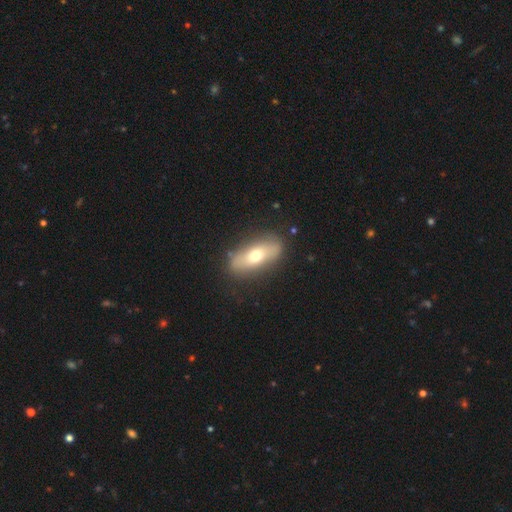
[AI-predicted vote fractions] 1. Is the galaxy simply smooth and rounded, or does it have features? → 57% smooth, 37% featured or disk, 6% star or artifact.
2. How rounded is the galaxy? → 70% in between, 25% cigar-shaped, 5% round.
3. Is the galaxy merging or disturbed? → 83% none, 12% minor disturbance, 3% major disturbance, 2% merger.